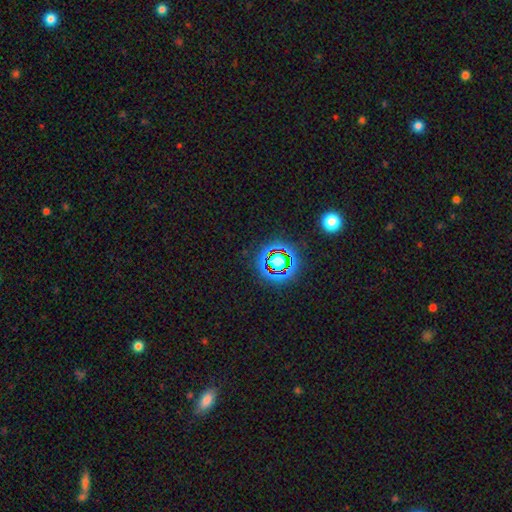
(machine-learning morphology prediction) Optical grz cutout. It shows a star or artifact, not a galaxy (72%).